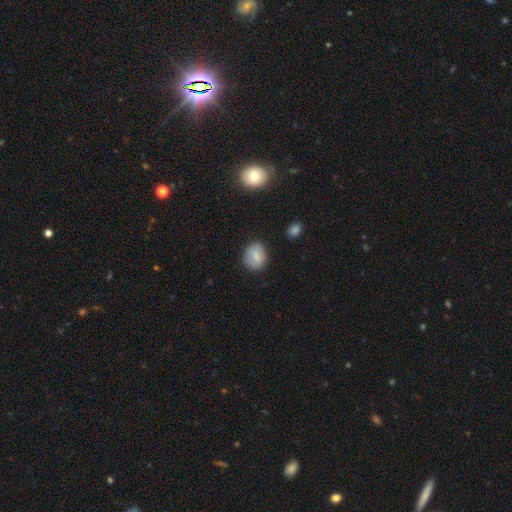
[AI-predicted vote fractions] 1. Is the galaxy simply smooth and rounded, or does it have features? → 80% smooth, 11% featured or disk, 9% star or artifact.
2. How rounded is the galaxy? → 57% round, 42% in between, 1% cigar-shaped.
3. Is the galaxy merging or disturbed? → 81% none, 14% minor disturbance, 3% major disturbance, 2% merger.